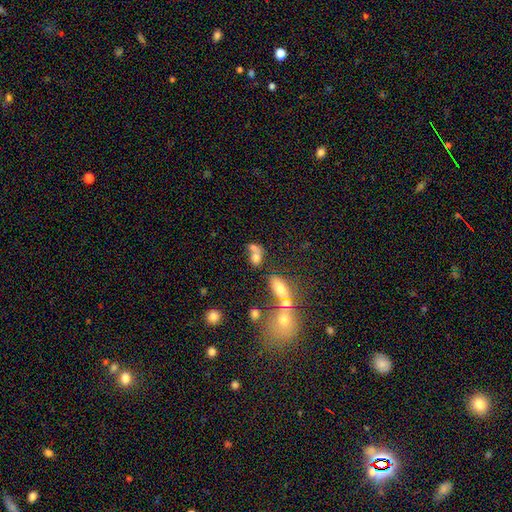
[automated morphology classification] Smooth or featured? Predicted: smooth (p=0.68). How rounded? Predicted: in between (p=0.64). Merging? Predicted: merger (p=0.58).